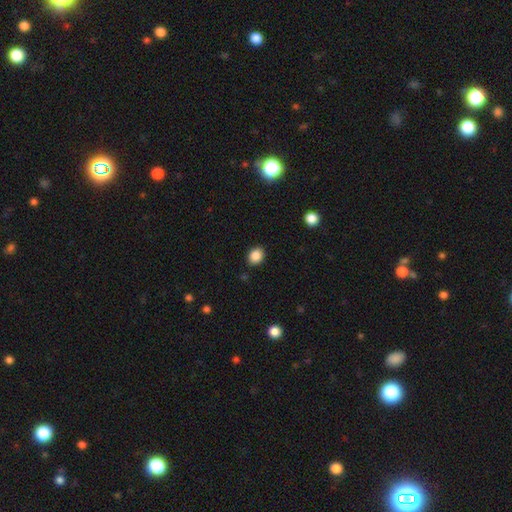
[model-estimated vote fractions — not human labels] The model was most divided on "how rounded": round: 51%, in between: 48%, cigar-shaped: 1%. More confident: merging — none (88%); smooth or featured — smooth (87%).